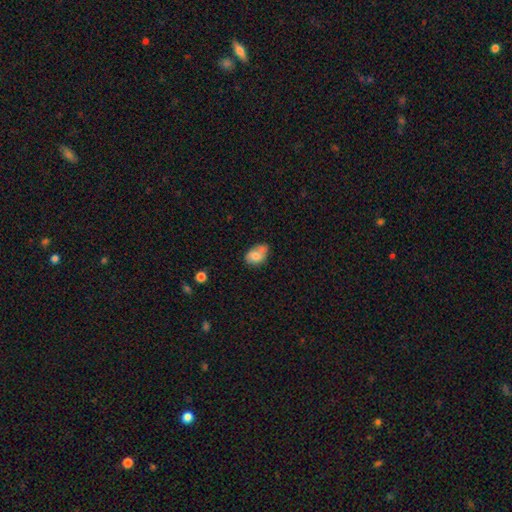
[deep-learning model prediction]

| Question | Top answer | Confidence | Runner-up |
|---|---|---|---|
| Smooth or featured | smooth | 72% | featured or disk (19%) |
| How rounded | in between | 81% | round (17%) |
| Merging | none | 40% | minor disturbance (38%) |